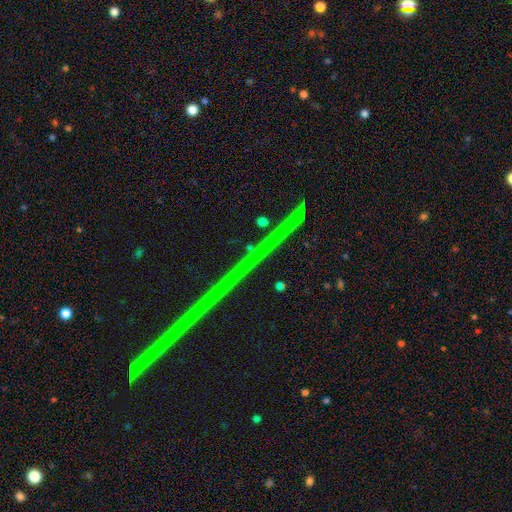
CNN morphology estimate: A star or artifact, not a galaxy (77%).